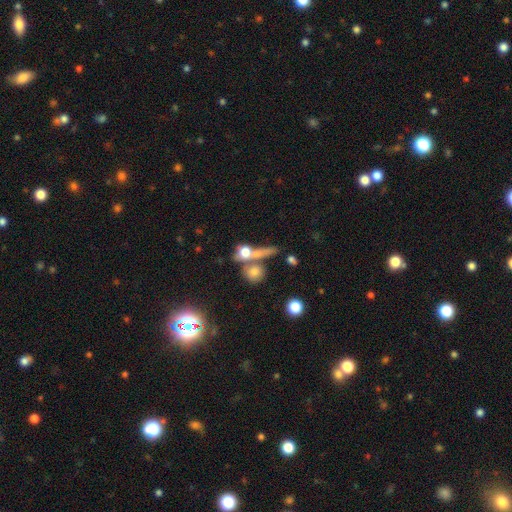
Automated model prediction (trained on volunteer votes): This appears to be a smooth galaxy with no disk features (38%). Merging: none (54%).